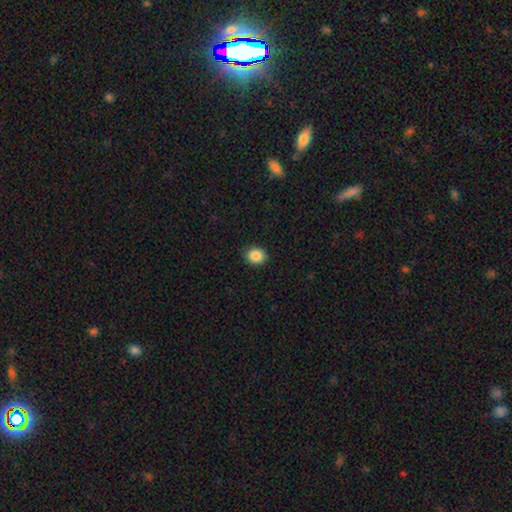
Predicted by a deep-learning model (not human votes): A smooth galaxy with no disk features (88%) that is round (78%). Merging: none (90%).